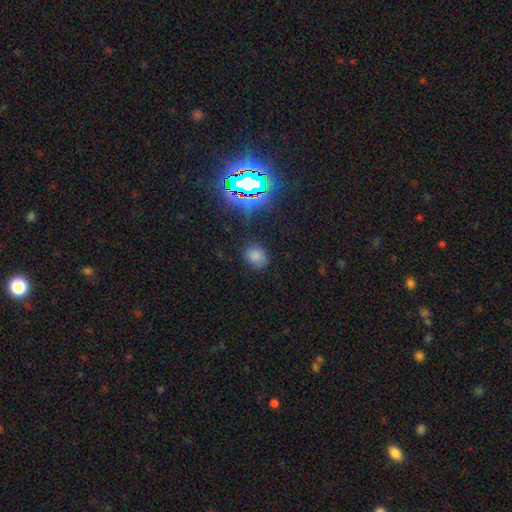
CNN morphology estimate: type=smooth (70%); roundness=in between (50%); merging=none (74%).